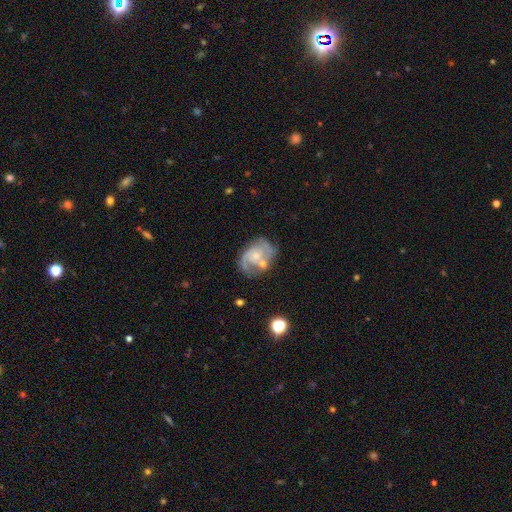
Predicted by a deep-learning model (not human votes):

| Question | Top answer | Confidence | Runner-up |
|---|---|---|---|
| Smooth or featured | featured or disk | 77% | smooth (16%) |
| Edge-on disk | no | 98% | yes (2%) |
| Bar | no | 67% | weak (28%) |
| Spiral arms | yes | 88% | no (12%) |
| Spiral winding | medium | 47% | tight (32%) |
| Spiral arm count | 2 | 66% | can't tell (15%) |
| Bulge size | small | 53% | moderate (32%) |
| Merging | none | 52% | minor disturbance (21%) |